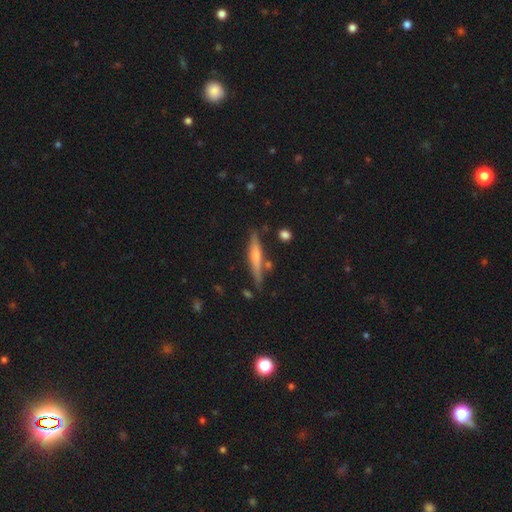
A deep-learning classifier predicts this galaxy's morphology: This appears to be a featured or disk galaxy (60%) viewed edge-on (95%) with a rounded central bulge (78%). Merging: none (80%).